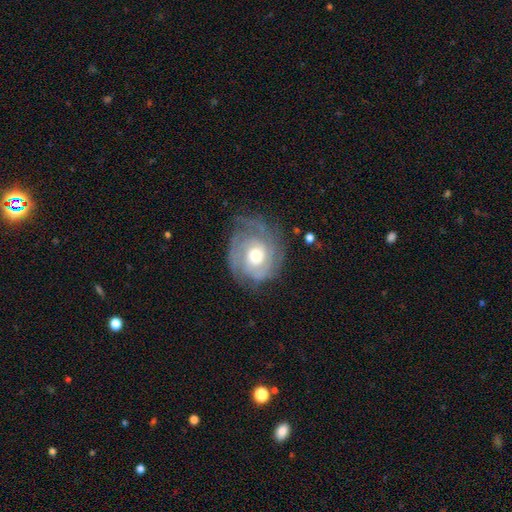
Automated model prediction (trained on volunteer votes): Smooth or featured?
  - featured or disk: 81% *
  - smooth: 13%
  - star or artifact: 6%
Edge-on disk?
  - no: 97% *
  - yes: 3%
Bar?
  - no: 76% *
  - weak: 20%
  - strong: 4%
Spiral arms?
  - yes: 93% *
  - no: 7%
Spiral winding?
  - tight: 68% *
  - medium: 25%
  - loose: 7%
Spiral arm count?
  - can't tell: 32% *
  - 2: 30%
  - 3: 21%
  - 4: 6%
  - 1: 6%
  - more than 4: 5%
Bulge size?
  - moderate: 66% *
  - large: 19%
  - small: 13%
  - dominant: 1%
  - none: 1%
Merging?
  - none: 67% *
  - minor disturbance: 21%
  - major disturbance: 11%
  - merger: 1%